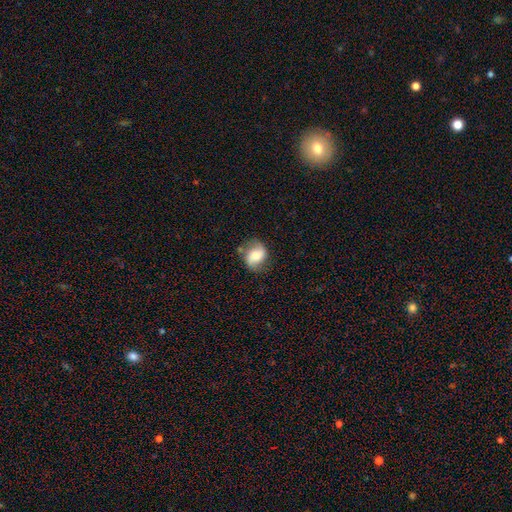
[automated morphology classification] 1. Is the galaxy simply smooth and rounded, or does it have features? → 49% smooth, 42% featured or disk, 8% star or artifact.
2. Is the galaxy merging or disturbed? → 68% none, 22% minor disturbance, 7% major disturbance, 4% merger.